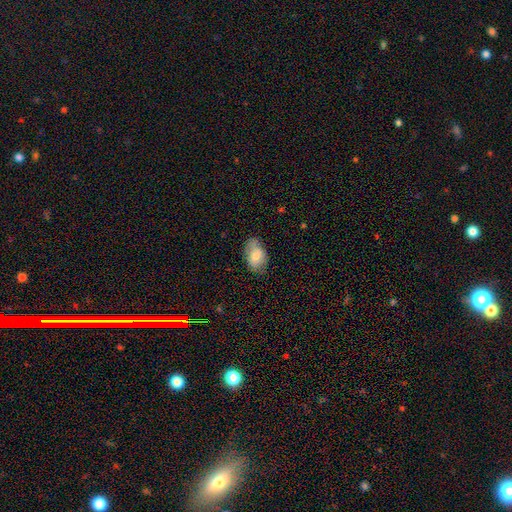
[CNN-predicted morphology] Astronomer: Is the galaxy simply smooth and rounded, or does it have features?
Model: smooth — 71%.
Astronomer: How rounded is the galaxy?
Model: in between — 90%.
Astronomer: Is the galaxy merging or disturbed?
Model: none — 66%.